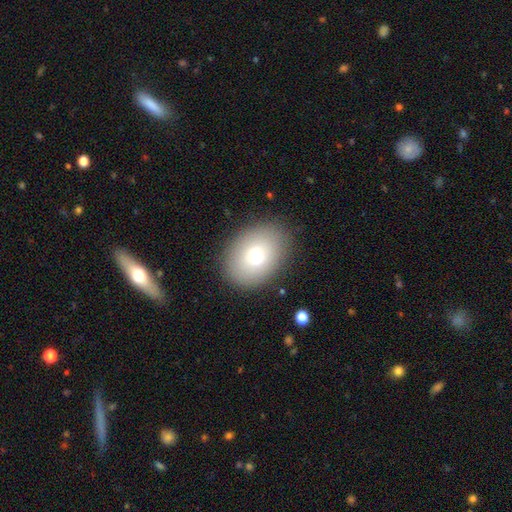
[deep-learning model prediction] This appears to be a smooth galaxy with no disk features (71%) that is in between round and cigar-shaped (62%). Merging: none (87%).